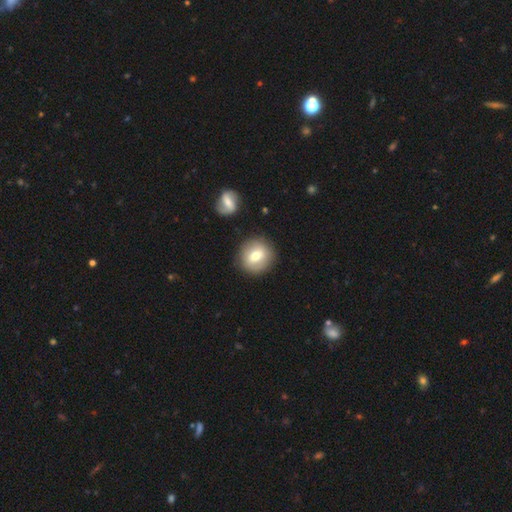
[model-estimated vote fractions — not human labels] Q: Smooth or featured?
A: smooth (66%); runner-up: featured or disk (25%)
Q: How rounded?
A: round (89%); runner-up: in between (10%)
Q: Merging?
A: none (86%); runner-up: minor disturbance (9%)